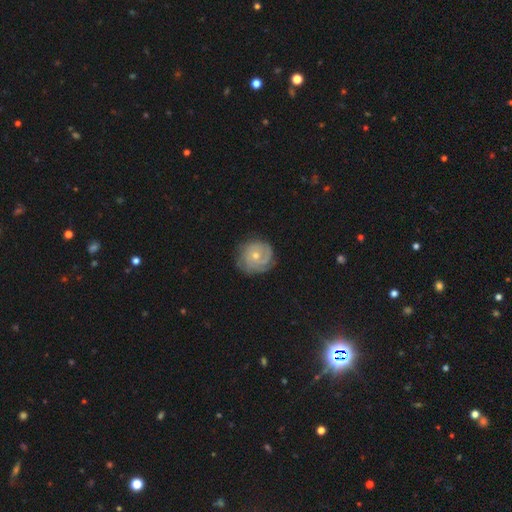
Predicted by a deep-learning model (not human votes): A featured or disk galaxy (67%) with no bar (82%), tight (66%) spiral arms (87%) and a small central bulge (48%, tied with moderate).

Vote fractions:
- Smooth or featured? featured or disk: 67% / smooth: 26% / star or artifact: 7%
- Edge-on disk? no: 98% / yes: 2%
- Bar? no: 82% / weak: 15% / strong: 2%
- Spiral arms? yes: 87% / no: 13%
- Spiral winding? tight: 66% / medium: 25% / loose: 9%
- Spiral arm count? can't tell: 40% / 3: 21% / 2: 17% / 4: 8% / 1: 7% / more than 4: 6%
- Bulge size? small: 48% (tied) / moderate: 48% (tied) / large: 2% / none: 1% / dominant: 1%
- Merging? none: 74% / minor disturbance: 19% / major disturbance: 6% / merger: 1%